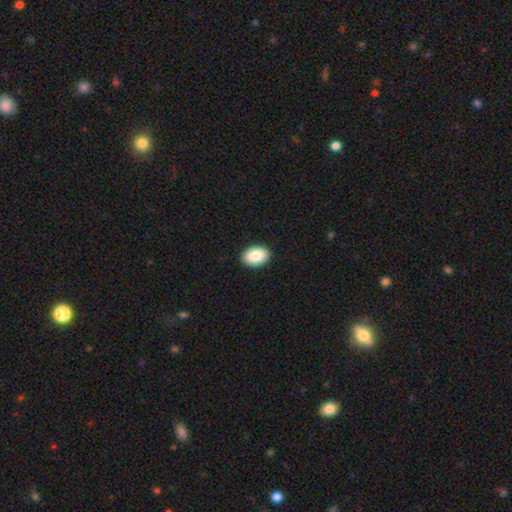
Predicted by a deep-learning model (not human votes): Smooth or featured? Predicted: smooth (p=0.87). How rounded? Predicted: in between (p=0.86). Merging? Predicted: none (p=0.91).